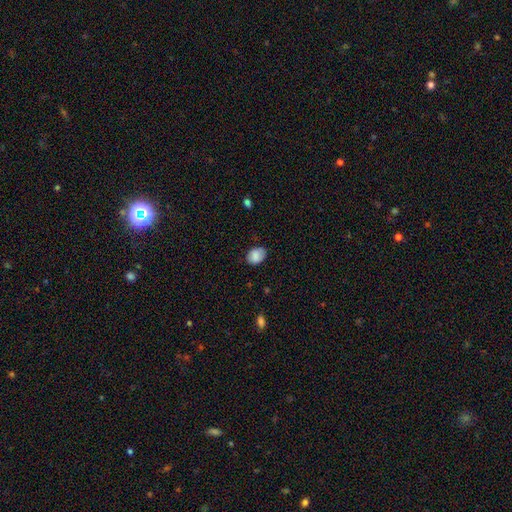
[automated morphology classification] type=smooth (85%); roundness=in between (72%); merging=none (71%).